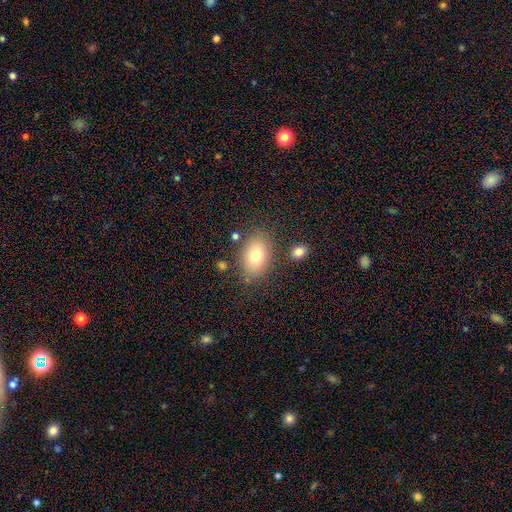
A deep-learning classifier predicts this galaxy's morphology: smooth_or_featured: smooth (p=0.77) [alt: featured or disk p=0.14]
how_rounded: in between (p=0.85) [alt: round p=0.13]
merging: none (p=0.78) [alt: minor disturbance p=0.13]